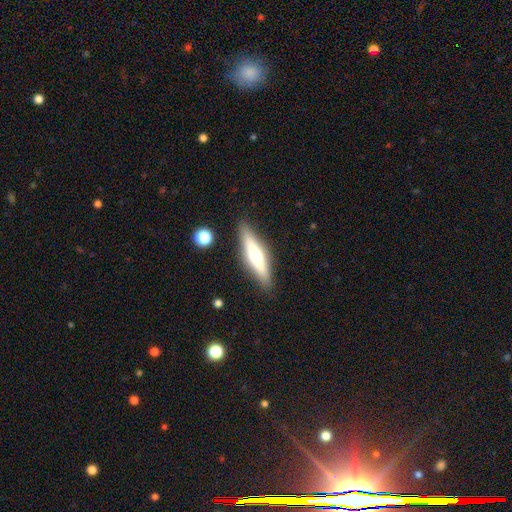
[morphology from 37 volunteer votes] smooth_or_featured: featured or disk (p=0.51) [alt: smooth p=0.43]
disk_edge_on: yes (p=0.74) [alt: no p=0.26]
edge_on_bulge: rounded (p=0.93) [alt: boxy p=0.07]
merging: none (p=0.83) [alt: minor disturbance p=0.11]